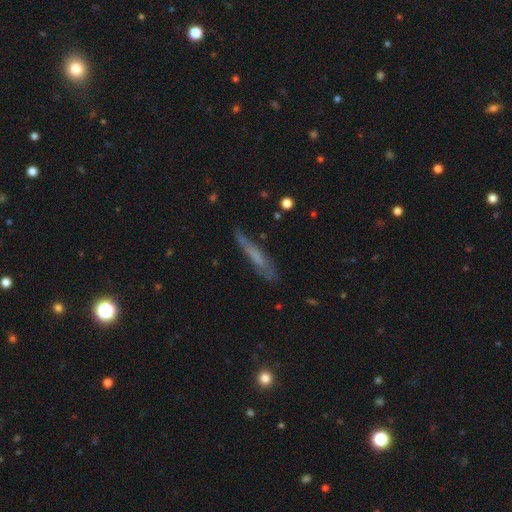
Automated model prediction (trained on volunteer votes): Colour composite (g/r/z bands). It shows a smooth galaxy with no disk features (49%). Merging: none (67%).